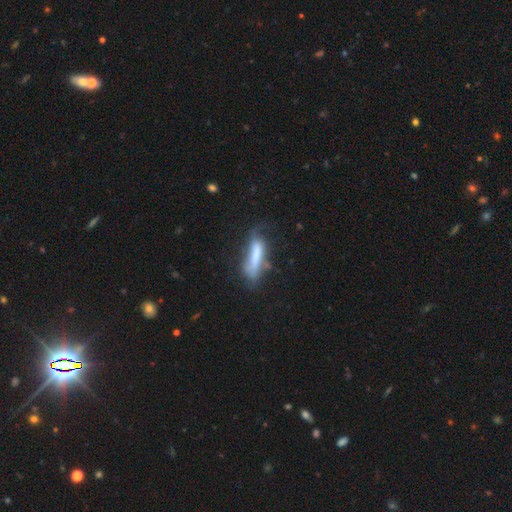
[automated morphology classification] Smooth or featured: smooth — 63% (featured or disk — 29%)
How rounded: cigar-shaped — 71% (in between — 27%)
Merging: none — 45% (minor disturbance — 30%)